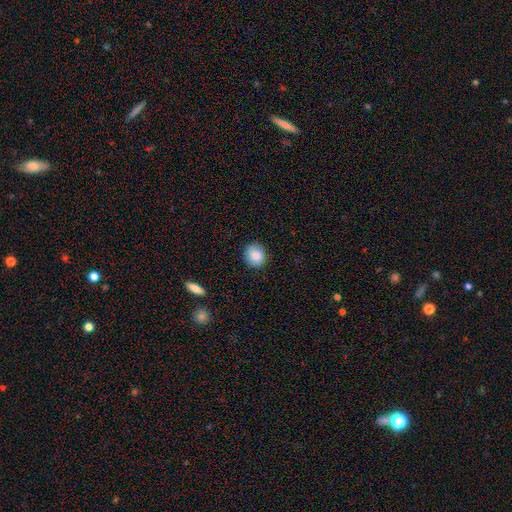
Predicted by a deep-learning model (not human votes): smooth 84%, star or artifact 8%, featured or disk 8%. Down the decision tree: how rounded — round (79%); merging — none (87%).